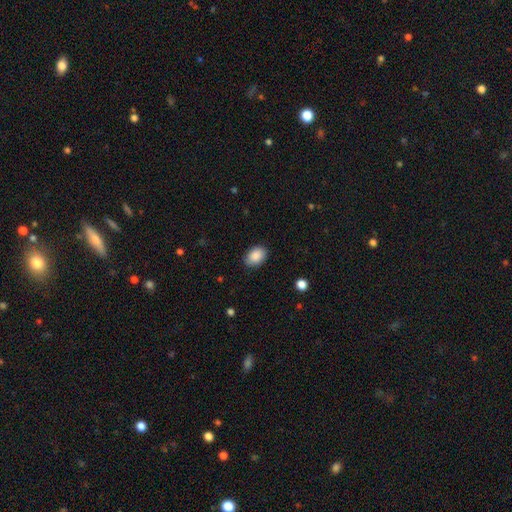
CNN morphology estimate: This appears to be a smooth galaxy with no disk features (89%) that is in between round and cigar-shaped (83%). Merging: none (85%).